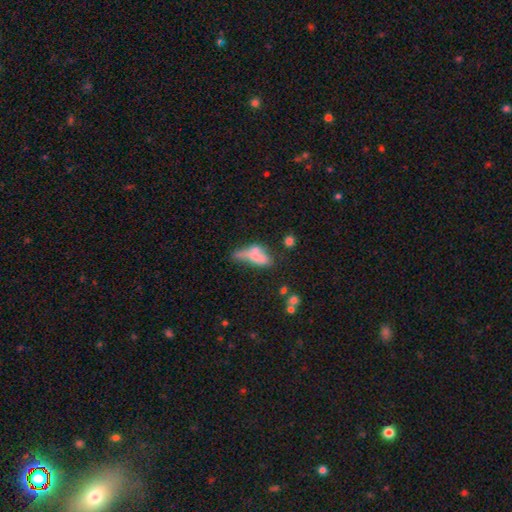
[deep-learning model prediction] smooth 60%, featured or disk 29%, star or artifact 10%. Down the decision tree: how rounded — in between (63%); merging — merger (31%).